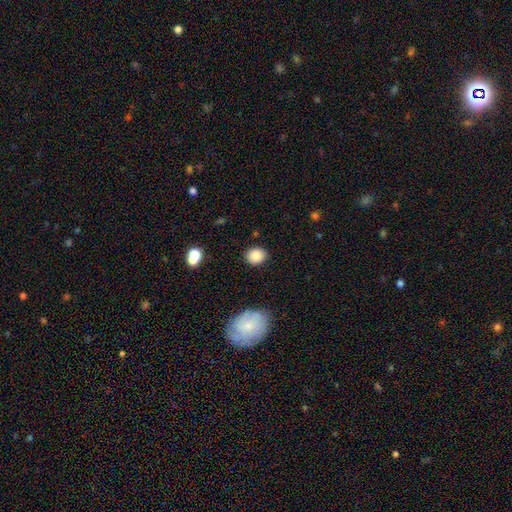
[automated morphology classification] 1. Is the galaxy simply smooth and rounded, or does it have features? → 86% smooth, 9% star or artifact, 5% featured or disk.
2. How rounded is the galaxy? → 71% round, 28% in between, 1% cigar-shaped.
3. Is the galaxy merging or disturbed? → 86% none, 9% minor disturbance, 3% major disturbance, 2% merger.